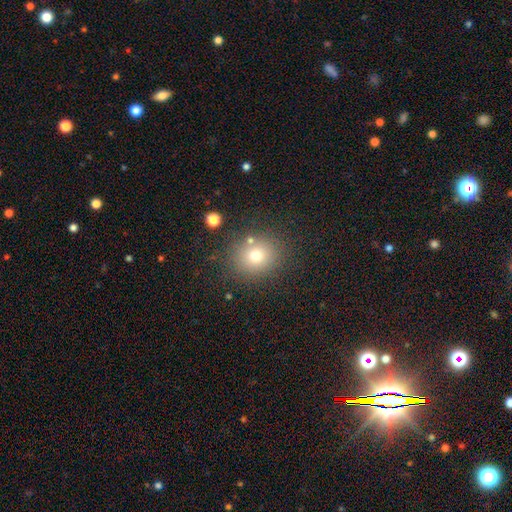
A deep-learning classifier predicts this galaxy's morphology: This appears to be a smooth galaxy with no disk features (73%) that is round (79%). Merging: none (82%).